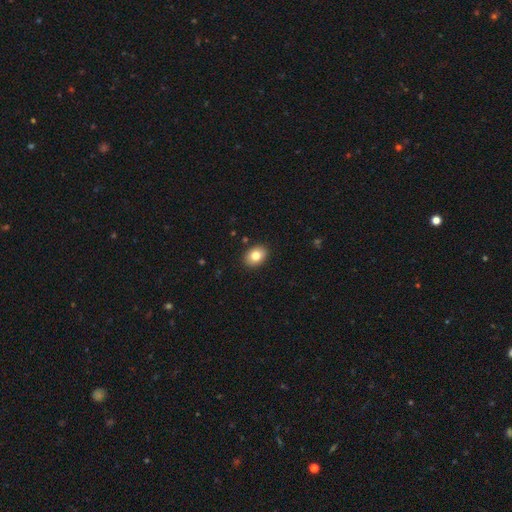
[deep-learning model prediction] Morphology: type=smooth (81%); roundness=in between (69%); merging=none (90%).